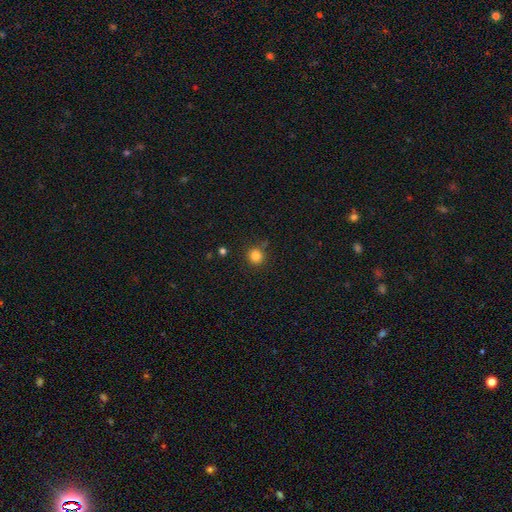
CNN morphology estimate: This is clearly a smooth galaxy (83%). How rounded: clearly round (93%). Merging: clearly none (84%).